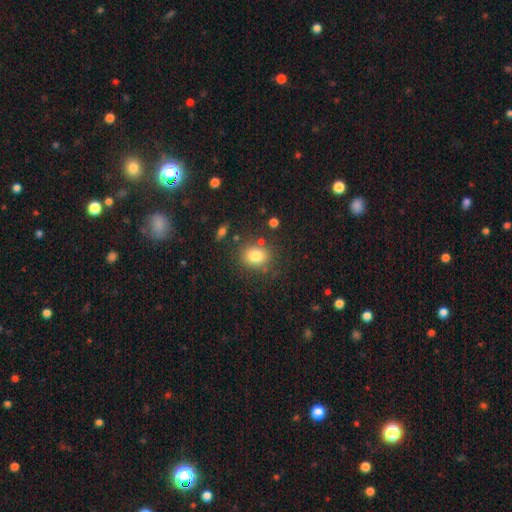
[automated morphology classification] type=smooth (80%); roundness=round (56%); merging=none (79%).